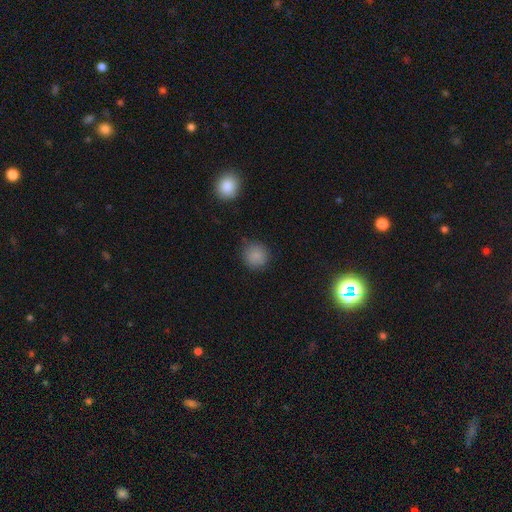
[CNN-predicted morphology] smooth_or_featured: smooth (p=0.86) [alt: star or artifact p=0.10]
how_rounded: round (p=0.92) [alt: in between p=0.07]
merging: none (p=0.86) [alt: minor disturbance p=0.10]